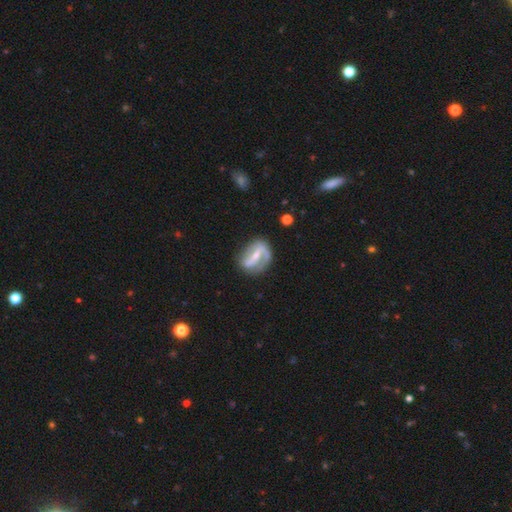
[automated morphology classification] A featured or disk galaxy (83%) with a strong bar (60%), 2 (79%) medium (40%) spiral arms (91%) and a small central bulge (55%). Merging: none (70%).